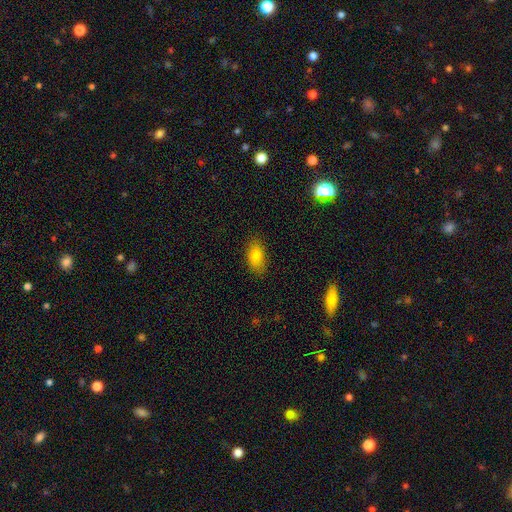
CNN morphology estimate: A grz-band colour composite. It shows a smooth galaxy with no disk features (84%) that is in between round and cigar-shaped (91%). Merging: none (84%).